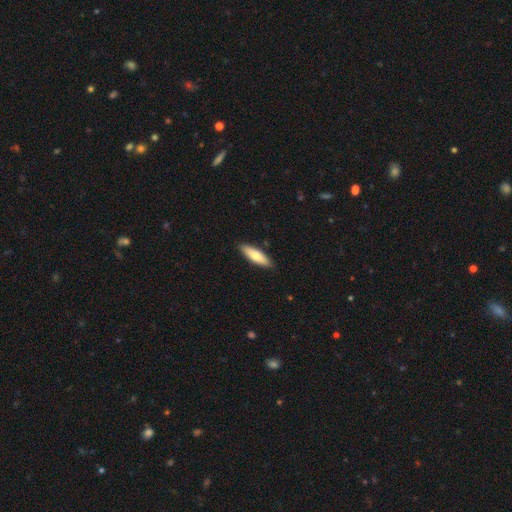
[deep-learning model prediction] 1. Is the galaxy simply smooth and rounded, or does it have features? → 70% smooth, 24% featured or disk, 5% star or artifact.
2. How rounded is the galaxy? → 57% cigar-shaped, 41% in between, 2% round.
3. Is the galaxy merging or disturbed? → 88% none, 9% minor disturbance, 2% major disturbance, 1% merger.